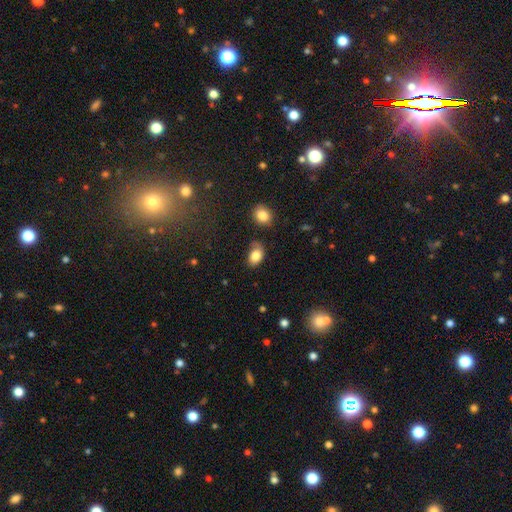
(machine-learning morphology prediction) This is clearly a smooth galaxy (82%). How rounded: clearly in between (84%). Merging: likely none (63%).